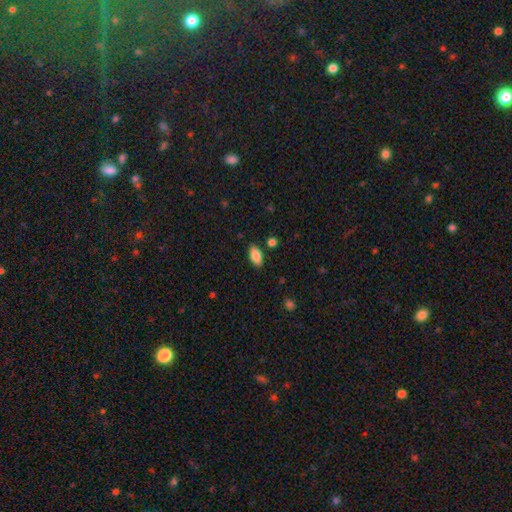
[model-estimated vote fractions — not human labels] Smooth or featured? Predicted: smooth (p=0.84). How rounded? Predicted: in between (p=0.91). Merging? Predicted: none (p=0.85).